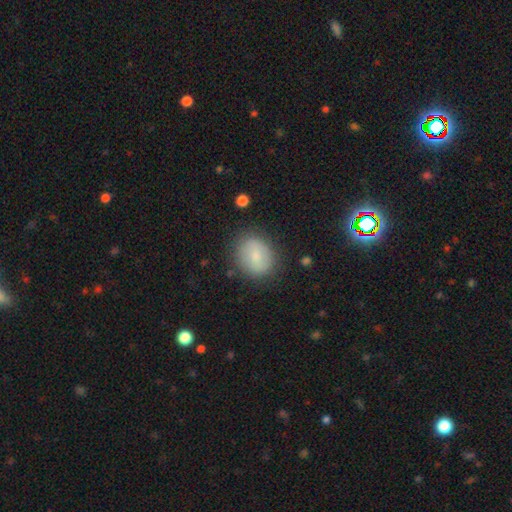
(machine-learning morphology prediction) Smooth or featured?
  - smooth: 73% *
  - featured or disk: 18%
  - star or artifact: 9%
How rounded?
  - round: 59% *
  - in between: 40%
  - cigar-shaped: 1%
Merging?
  - none: 82% *
  - minor disturbance: 13%
  - major disturbance: 4%
  - merger: 2%